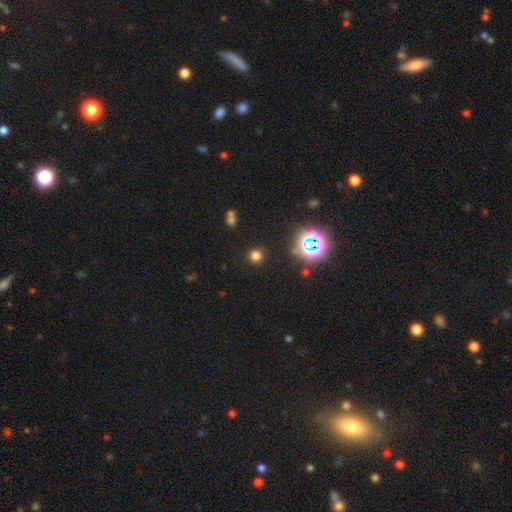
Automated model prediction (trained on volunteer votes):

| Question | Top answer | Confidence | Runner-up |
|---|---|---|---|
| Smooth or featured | smooth | 70% | star or artifact (25%) |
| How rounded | round | 91% | in between (8%) |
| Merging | none | 89% | minor disturbance (6%) |